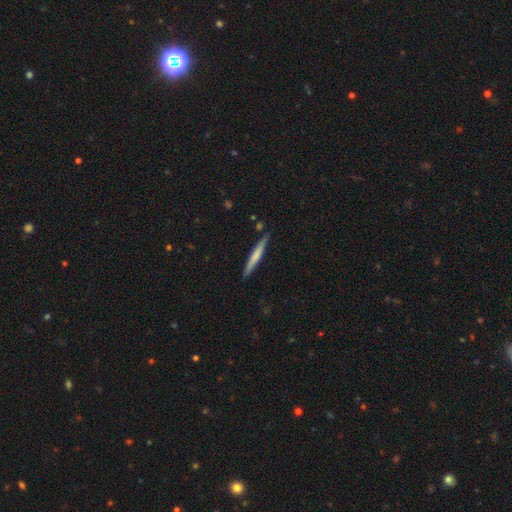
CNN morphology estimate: Q: Smooth or featured?
A: smooth (55%); runner-up: featured or disk (40%)
Q: How rounded?
A: cigar-shaped (96%); runner-up: in between (3%)
Q: Merging?
A: none (85%); runner-up: minor disturbance (11%)